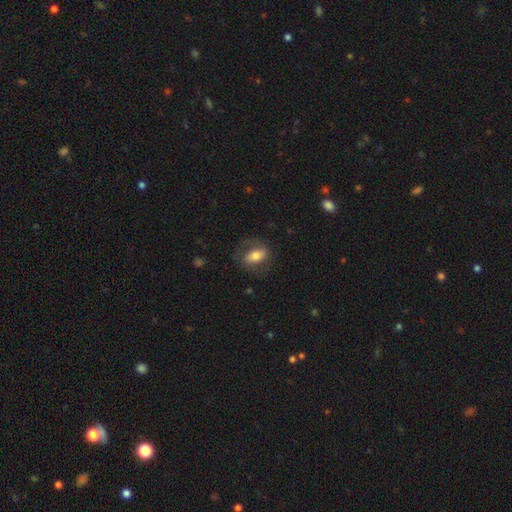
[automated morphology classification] Smooth or featured: smooth — 56% (featured or disk — 37%)
How rounded: in between — 81% (round — 13%)
Merging: none — 67% (minor disturbance — 18%)